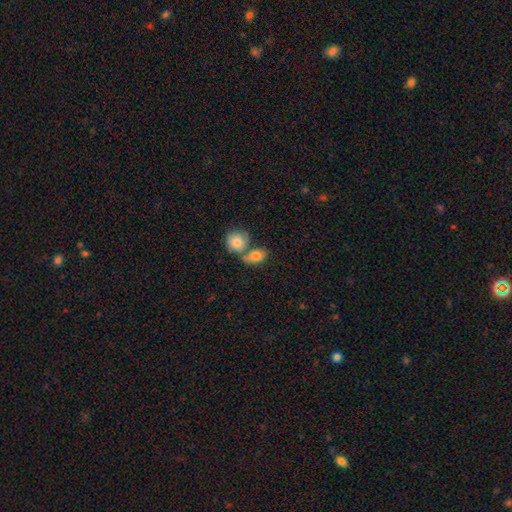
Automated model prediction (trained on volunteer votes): A smooth galaxy with no disk features (81%) that is in between round and cigar-shaped (70%).

Vote fractions:
- Smooth or featured? smooth: 81% / featured or disk: 12% / star or artifact: 7%
- How rounded? in between: 70% / round: 27% / cigar-shaped: 3%
- Merging? merger: 52% / none: 34% / minor disturbance: 10% / major disturbance: 4%